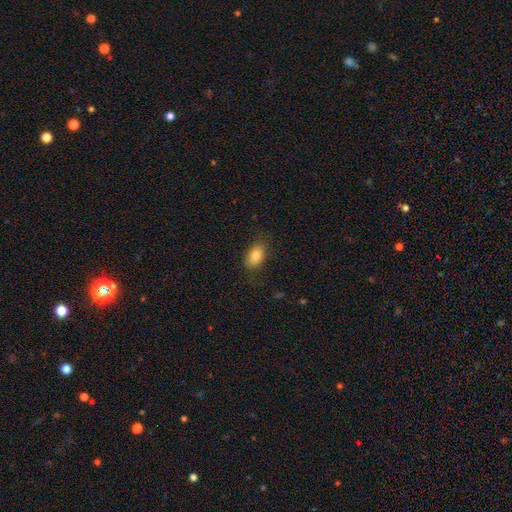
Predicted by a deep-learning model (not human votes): Morphology: type=smooth (83%); roundness=in between (88%); merging=none (80%).